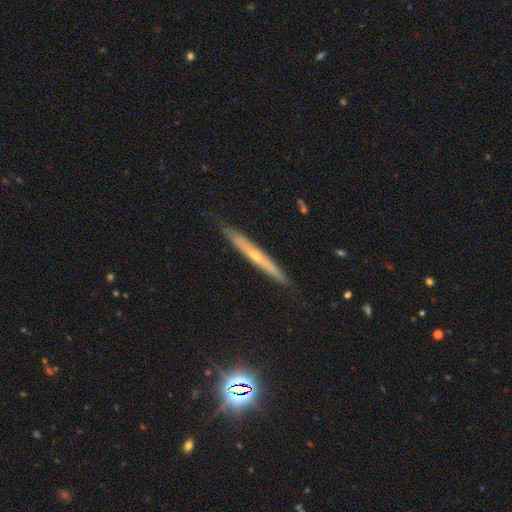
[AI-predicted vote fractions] Overall: featured or disk (63%; smooth 30%). Edge-on disk: yes (93%). Edge-on bulge: rounded (62%; none 36%). Merging: none (87%).